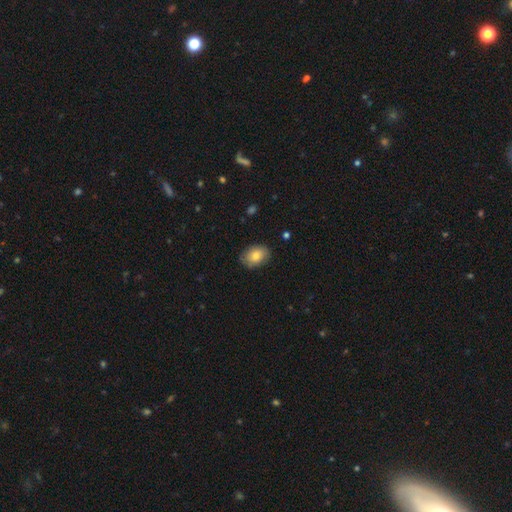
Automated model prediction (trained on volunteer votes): smooth 78%, featured or disk 15%, star or artifact 8%. Down the decision tree: how rounded — in between (76%); merging — none (81%).